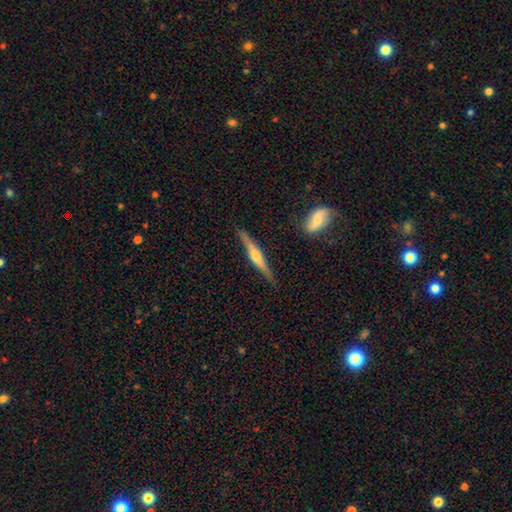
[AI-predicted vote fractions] Q: Smooth or featured?
A: featured or disk (72%); runner-up: smooth (22%)
Q: Edge-on disk?
A: yes (97%); runner-up: no (3%)
Q: Edge-on bulge?
A: rounded (84%); runner-up: boxy (9%)
Q: Merging?
A: none (86%); runner-up: minor disturbance (10%)